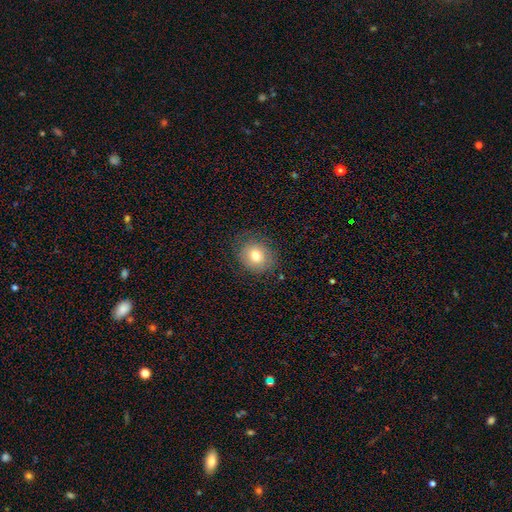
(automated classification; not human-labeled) Smooth or featured?
  - smooth: 76% *
  - featured or disk: 13%
  - star or artifact: 11%
How rounded?
  - round: 71% *
  - in between: 29%
  - cigar-shaped: 1%
Merging?
  - none: 81% *
  - minor disturbance: 13%
  - major disturbance: 4%
  - merger: 1%